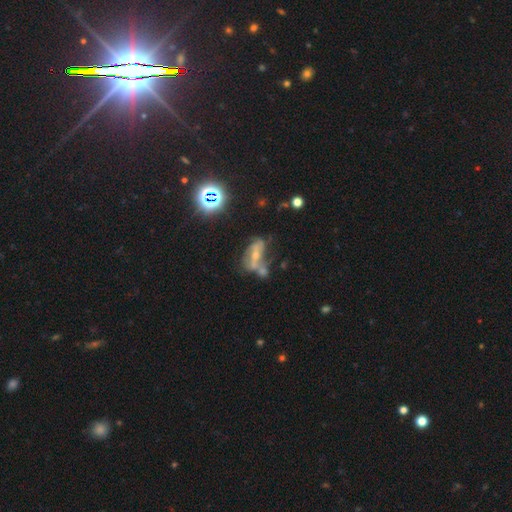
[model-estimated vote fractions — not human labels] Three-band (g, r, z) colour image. It shows a featured or disk galaxy (56%). Merging: merger (38%).